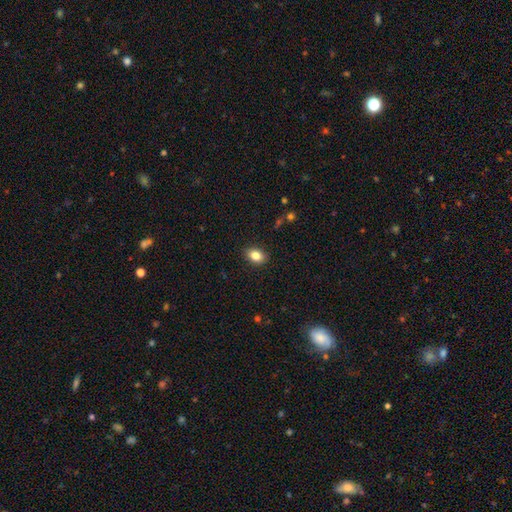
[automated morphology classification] Overall: smooth (84%). How rounded: in between (76%). Merging: none (89%).